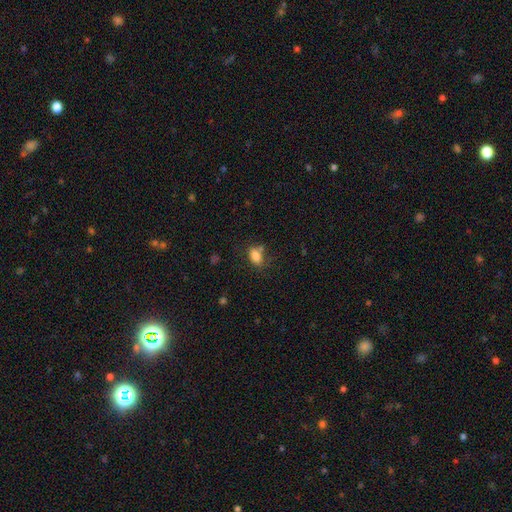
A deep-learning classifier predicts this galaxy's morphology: Smooth or featured? smooth (80%)
How rounded? in between (81%)
Merging? none (60%)